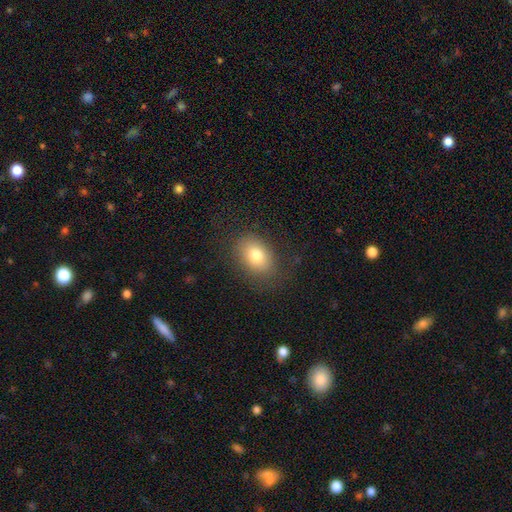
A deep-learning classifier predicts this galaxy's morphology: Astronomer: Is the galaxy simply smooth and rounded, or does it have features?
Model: smooth — 78%.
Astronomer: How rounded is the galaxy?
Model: in between — 71%.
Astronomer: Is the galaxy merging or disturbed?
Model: none — 80%.